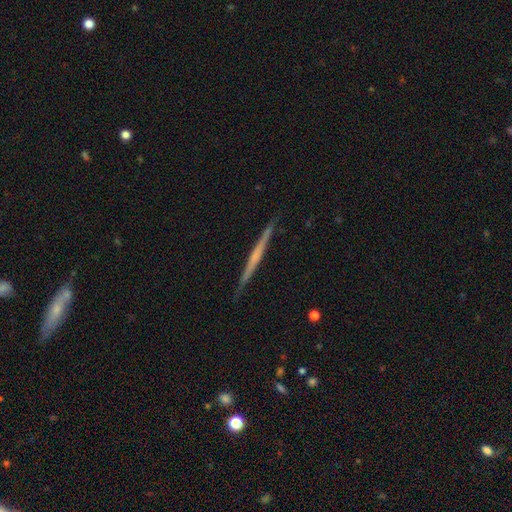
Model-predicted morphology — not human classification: featured or disk 65%, smooth 29%, star or artifact 6%. Down the decision tree: edge-on disk — yes (98%); edge-on bulge — none (74%); merging — none (90%).